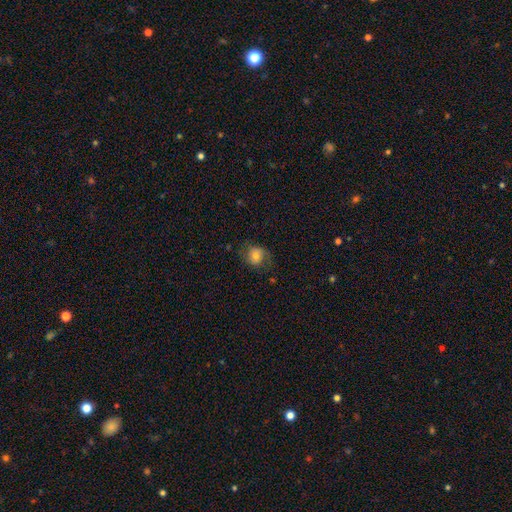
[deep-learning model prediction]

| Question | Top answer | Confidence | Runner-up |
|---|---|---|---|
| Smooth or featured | smooth | 67% | featured or disk (23%) |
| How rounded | round | 71% | in between (28%) |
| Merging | none | 63% | minor disturbance (23%) |